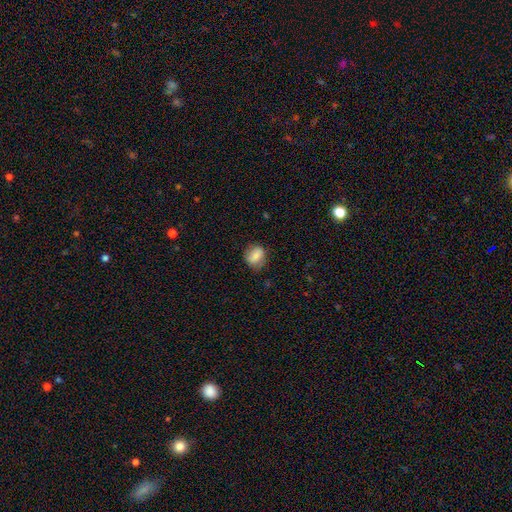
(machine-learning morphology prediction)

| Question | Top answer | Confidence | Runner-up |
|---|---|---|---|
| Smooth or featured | smooth | 76% | featured or disk (16%) |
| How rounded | round | 61% | in between (38%) |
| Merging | none | 74% | minor disturbance (20%) |